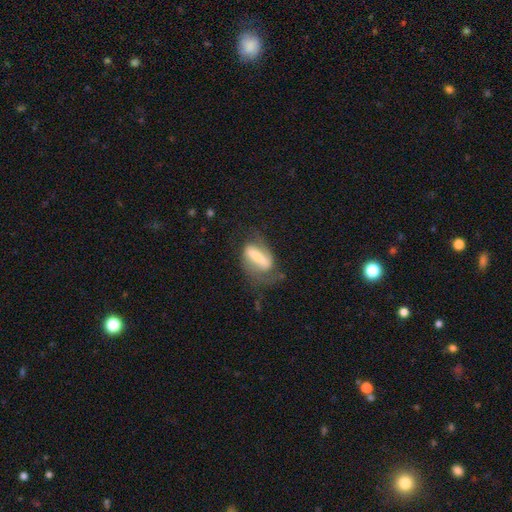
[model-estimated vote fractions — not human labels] Morphology: type=featured or disk (61%); edge-on=no (84%); bar=strong (68%); spiral arms=yes (65%); bulge=small (44%); merging=none (48%).